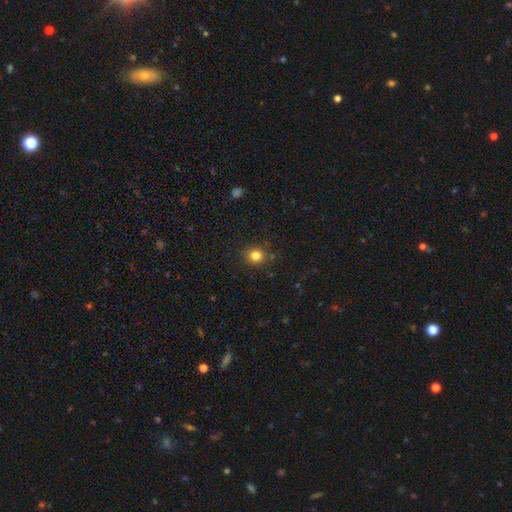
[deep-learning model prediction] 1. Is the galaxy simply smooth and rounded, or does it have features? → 82% smooth, 13% star or artifact, 5% featured or disk.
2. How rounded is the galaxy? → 87% round, 12% in between, 1% cigar-shaped.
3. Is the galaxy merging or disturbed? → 89% none, 7% minor disturbance, 2% major disturbance, 2% merger.